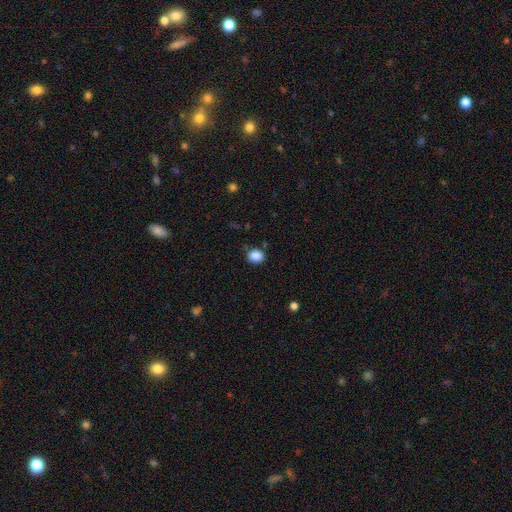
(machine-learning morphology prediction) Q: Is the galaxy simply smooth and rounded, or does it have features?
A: smooth — 87%.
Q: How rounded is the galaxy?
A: round — 62%.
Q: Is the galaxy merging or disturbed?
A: none — 81%.